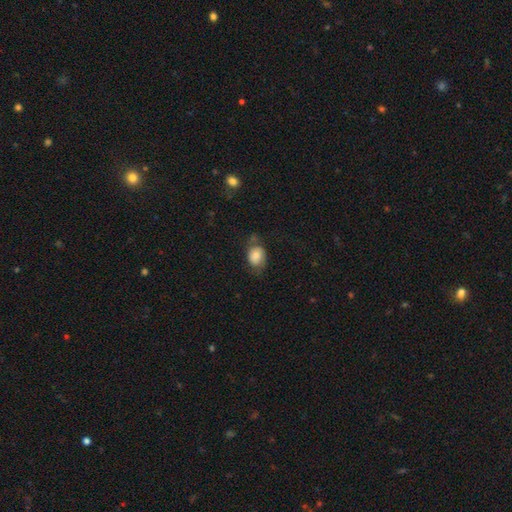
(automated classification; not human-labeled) Smooth or featured? Predicted: smooth (p=0.70). How rounded? Predicted: in between (p=0.65). Merging? Predicted: none (p=0.52).